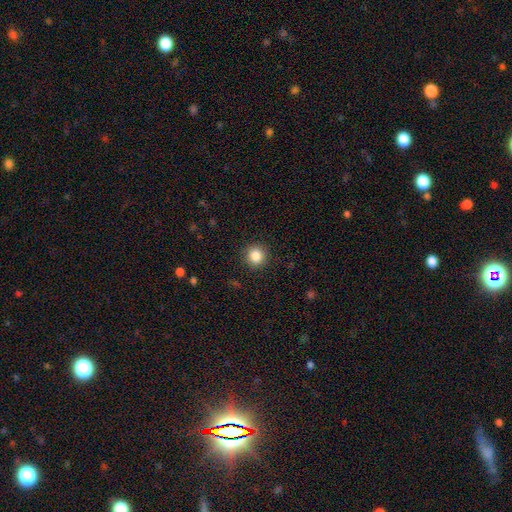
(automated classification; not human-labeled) This appears to be a smooth galaxy with no disk features (85%) that is round (93%). Merging: none (91%).